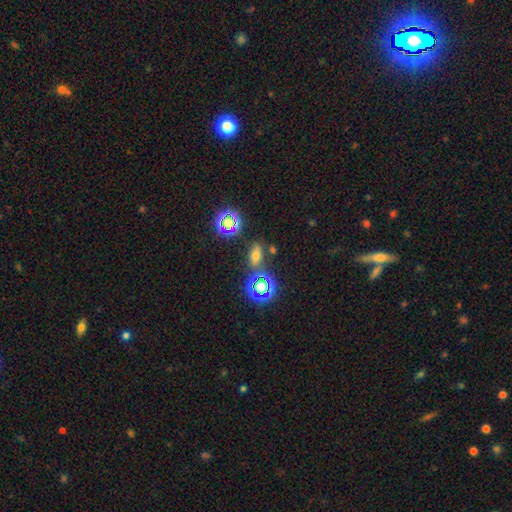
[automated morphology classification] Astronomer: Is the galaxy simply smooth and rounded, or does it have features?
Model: smooth — 54% (runner-up: star or artifact, 33%).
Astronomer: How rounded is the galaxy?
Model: in between — 76%.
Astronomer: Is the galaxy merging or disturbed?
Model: none — 77%.